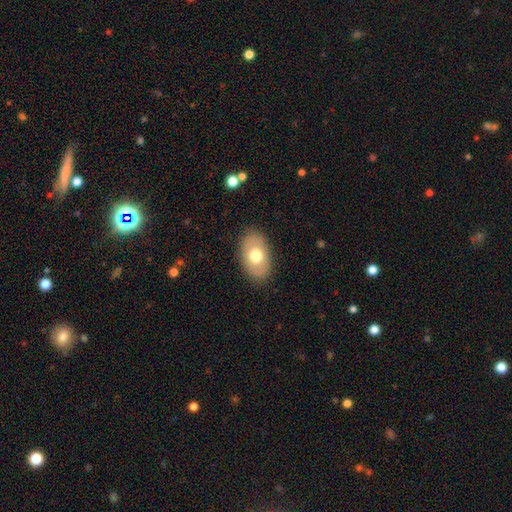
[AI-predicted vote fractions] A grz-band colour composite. It shows a smooth galaxy with no disk features (64%) that is in between round and cigar-shaped (88%). Merging: none (85%).